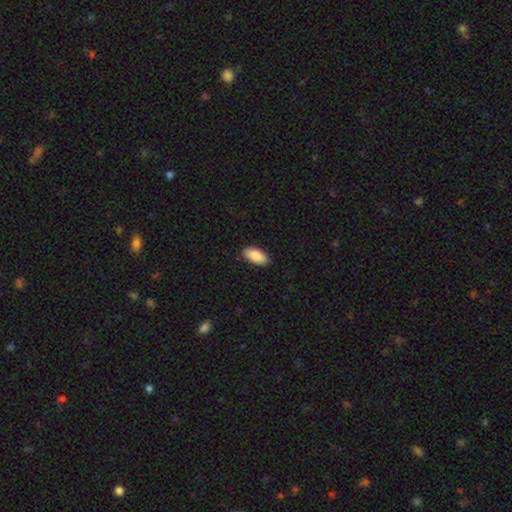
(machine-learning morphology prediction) Smooth or featured? smooth (88%)
How rounded? in between (92%)
Merging? none (88%)